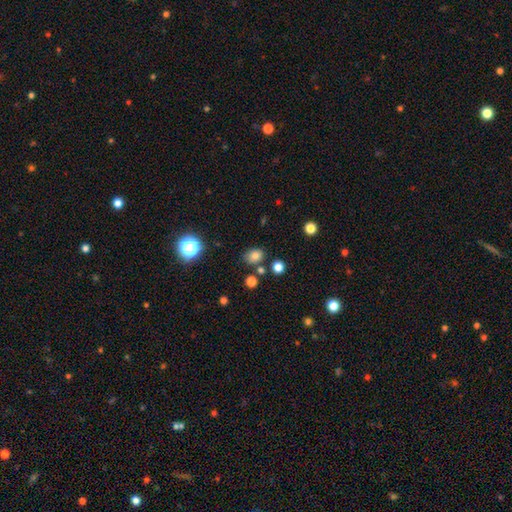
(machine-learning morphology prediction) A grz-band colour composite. It shows a smooth galaxy with no disk features (77%) that is in between round and cigar-shaped (52%). Merging: none (75%).